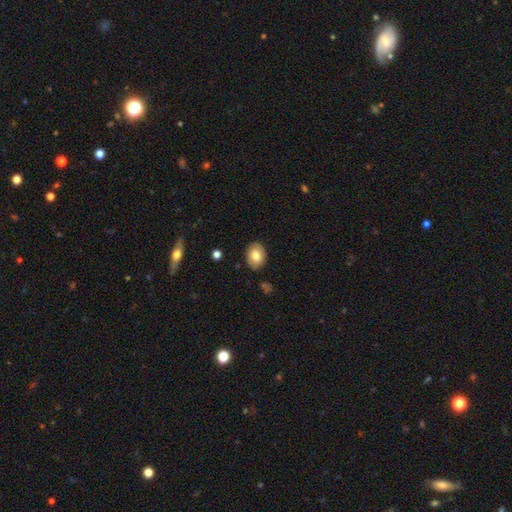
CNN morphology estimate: A smooth galaxy with no disk features (79%) that is in between round and cigar-shaped (67%). Merging: none (87%).